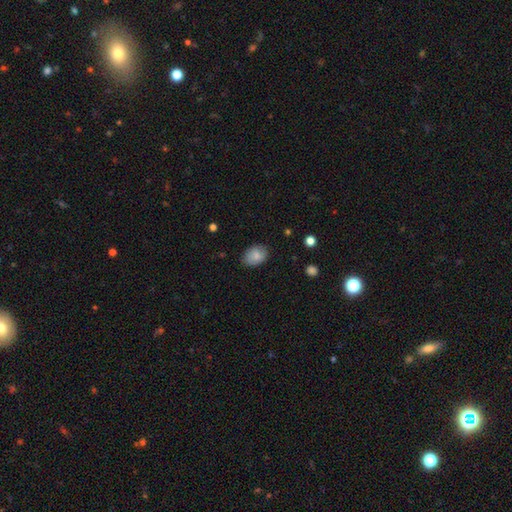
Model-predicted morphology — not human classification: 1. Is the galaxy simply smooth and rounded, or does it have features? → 82% smooth, 11% featured or disk, 7% star or artifact.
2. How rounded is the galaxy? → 78% in between, 21% round, 1% cigar-shaped.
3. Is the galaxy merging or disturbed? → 82% none, 14% minor disturbance, 3% major disturbance, 1% merger.